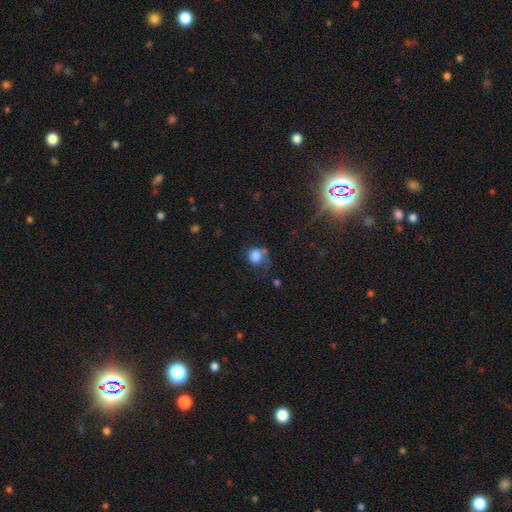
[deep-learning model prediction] Q: Smooth or featured?
A: smooth (79%); runner-up: star or artifact (11%)
Q: How rounded?
A: round (62%); runner-up: in between (37%)
Q: Merging?
A: none (38%); runner-up: minor disturbance (29%)